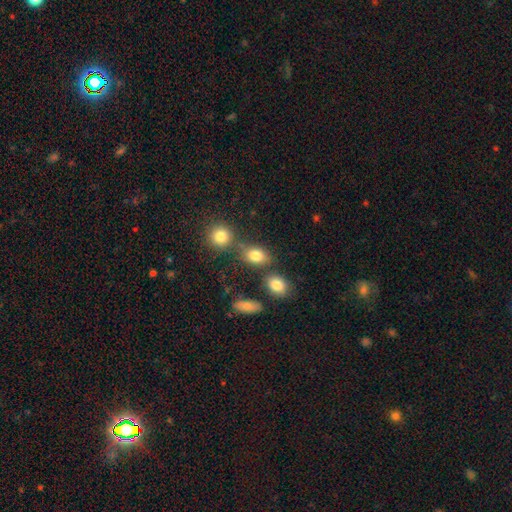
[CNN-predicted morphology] Smooth or featured?
  - smooth: 80% *
  - star or artifact: 11%
  - featured or disk: 8%
How rounded?
  - in between: 70% *
  - round: 27%
  - cigar-shaped: 2%
Merging?
  - none: 63% *
  - merger: 19%
  - minor disturbance: 13%
  - major disturbance: 5%